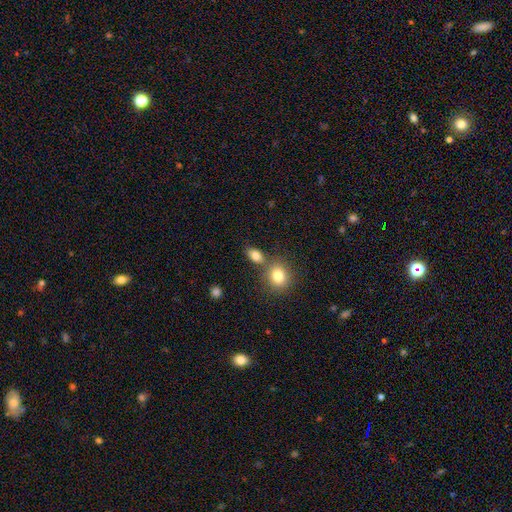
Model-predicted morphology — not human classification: type=smooth (82%); roundness=in between (75%); merging=none (62%).